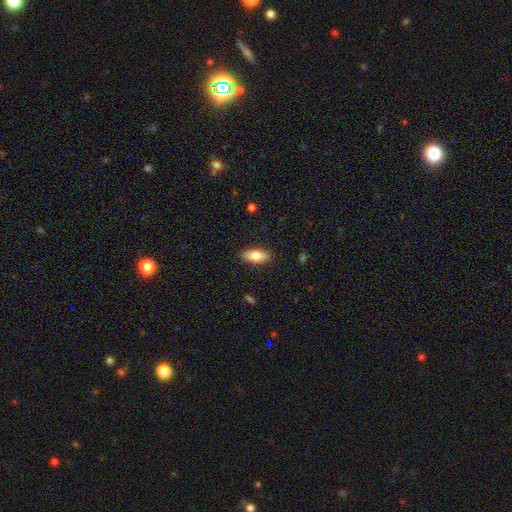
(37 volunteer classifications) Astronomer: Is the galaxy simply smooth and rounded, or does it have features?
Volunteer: smooth — 68%.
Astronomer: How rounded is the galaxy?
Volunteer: in between — 92%.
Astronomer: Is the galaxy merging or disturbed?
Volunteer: none — 74%.